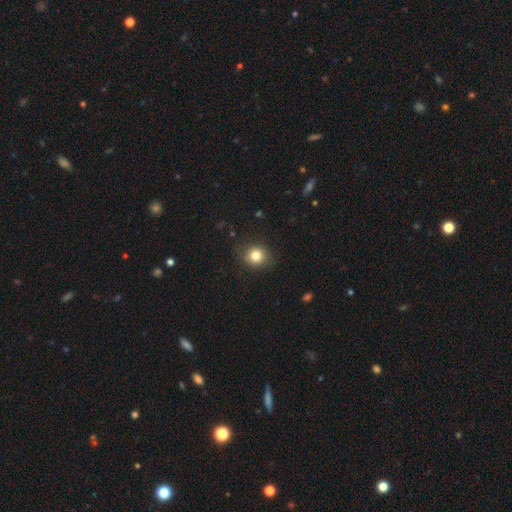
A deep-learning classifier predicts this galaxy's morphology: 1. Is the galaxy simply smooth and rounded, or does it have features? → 82% smooth, 11% star or artifact, 7% featured or disk.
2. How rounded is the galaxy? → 80% round, 19% in between, 1% cigar-shaped.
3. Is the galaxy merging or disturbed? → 85% none, 11% minor disturbance, 3% major disturbance, 1% merger.